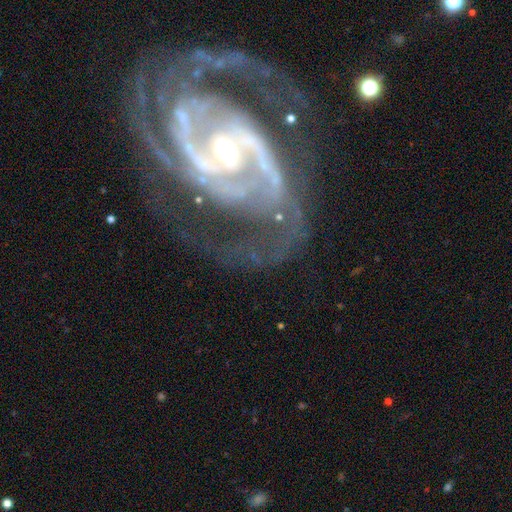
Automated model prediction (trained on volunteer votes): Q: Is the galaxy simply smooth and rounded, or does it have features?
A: featured or disk — 92%.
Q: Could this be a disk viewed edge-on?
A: no — 97%.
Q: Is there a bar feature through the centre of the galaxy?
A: weak — 36%.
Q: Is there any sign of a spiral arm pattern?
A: yes — 98%.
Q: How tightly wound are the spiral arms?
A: medium — 47%.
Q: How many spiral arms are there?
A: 2 — 62%.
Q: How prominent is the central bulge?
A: small — 55%.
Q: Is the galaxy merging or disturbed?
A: none — 68%.